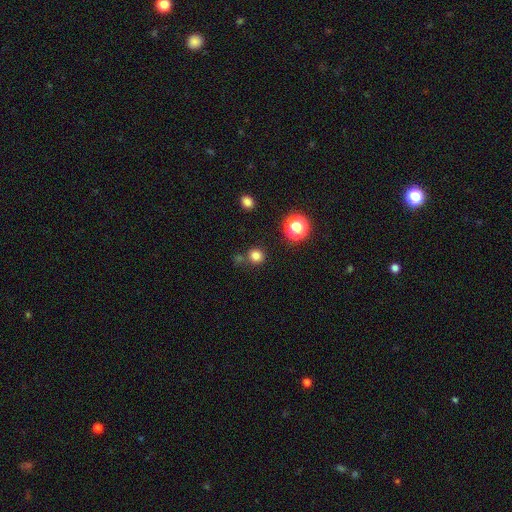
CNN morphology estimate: Smooth or featured: smooth — 78% (star or artifact — 17%)
How rounded: round — 89% (in between — 10%)
Merging: none — 76% (merger — 11%)